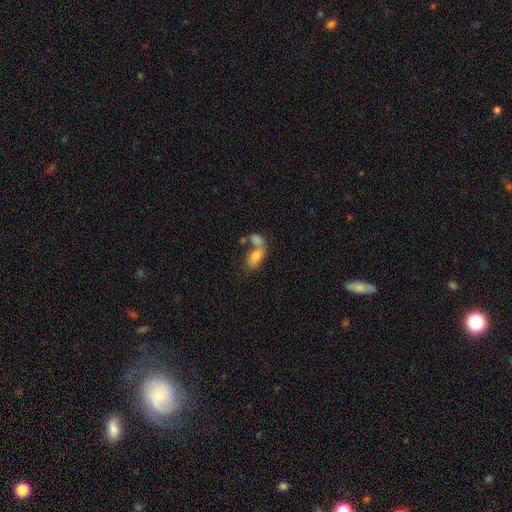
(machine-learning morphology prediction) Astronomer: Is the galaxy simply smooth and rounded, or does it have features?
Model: smooth — 75%.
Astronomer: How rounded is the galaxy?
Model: in between — 89%.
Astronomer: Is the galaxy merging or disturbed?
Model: merger — 62%.